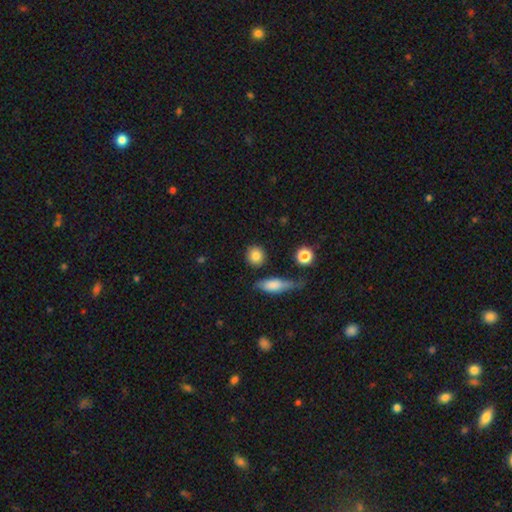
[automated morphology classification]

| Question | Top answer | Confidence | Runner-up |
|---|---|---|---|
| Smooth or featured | smooth | 84% | star or artifact (8%) |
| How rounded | round | 84% | in between (14%) |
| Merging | none | 84% | minor disturbance (8%) |